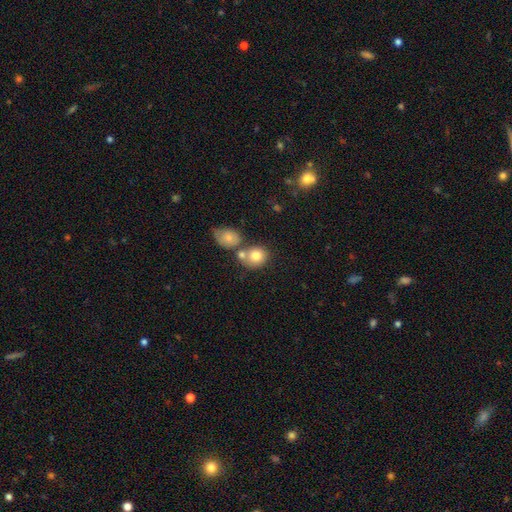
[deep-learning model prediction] Morphology: type=smooth (78%); roundness=round (72%); merging=none (45%).